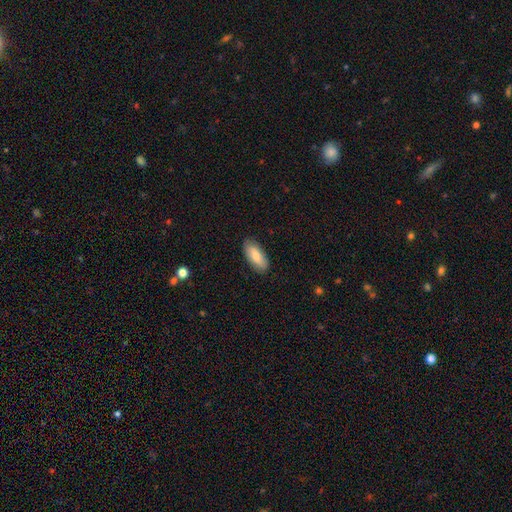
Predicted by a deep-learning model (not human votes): smooth_or_featured: smooth (p=0.77) [alt: featured or disk p=0.17]
how_rounded: in between (p=0.86) [alt: cigar-shaped p=0.12]
merging: none (p=0.87) [alt: minor disturbance p=0.10]